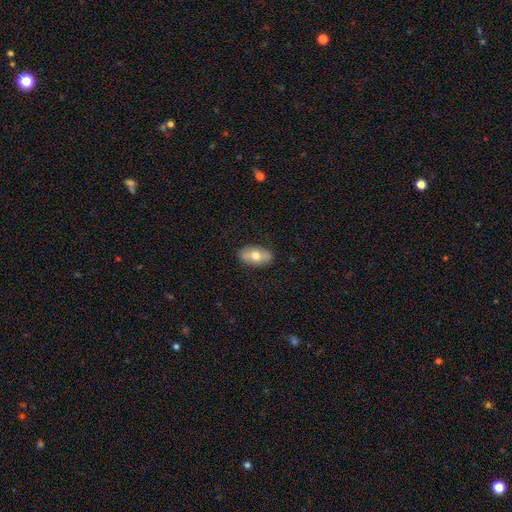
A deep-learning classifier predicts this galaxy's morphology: smooth 64%, featured or disk 29%, star or artifact 7%. Down the decision tree: how rounded — in between (90%); merging — none (85%).